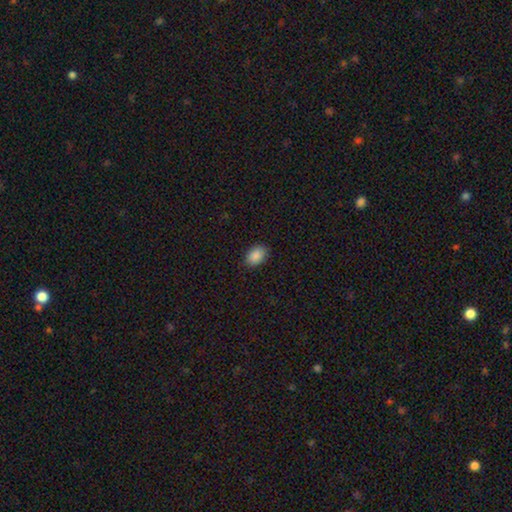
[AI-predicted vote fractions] A smooth galaxy with no disk features (89%) that is in between round and cigar-shaped (85%). Merging: none (88%).